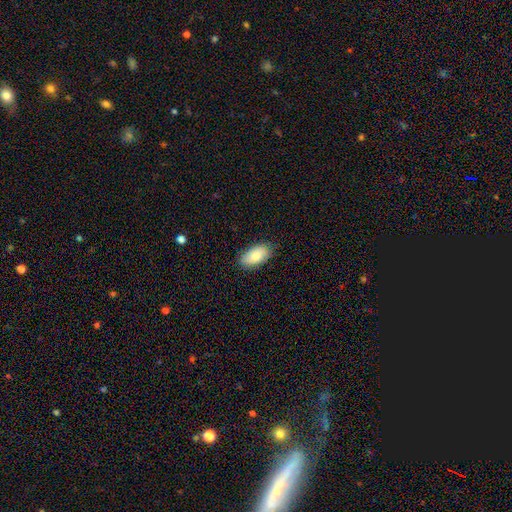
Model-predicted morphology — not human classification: smooth 84%, featured or disk 10%, star or artifact 6%. Down the decision tree: how rounded — in between (94%); merging — none (85%).